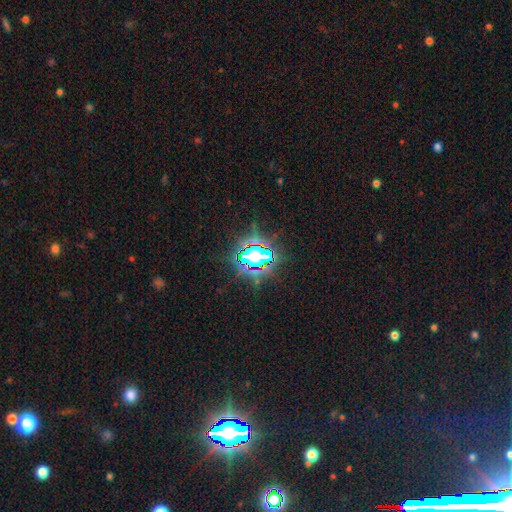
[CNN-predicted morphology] Q: Smooth or featured?
A: star or artifact (82%); runner-up: smooth (11%)